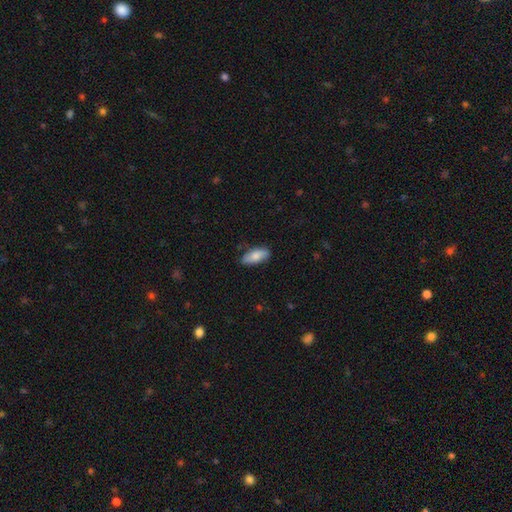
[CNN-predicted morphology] smooth 78%, featured or disk 16%, star or artifact 6%. Down the decision tree: how rounded — in between (84%); merging — none (78%).